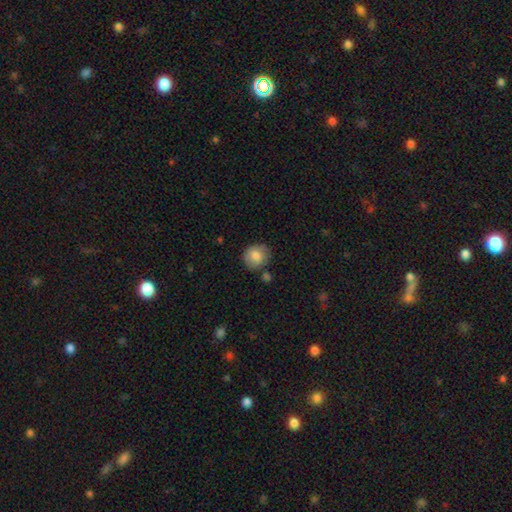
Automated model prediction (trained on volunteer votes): A smooth galaxy with no disk features (79%) that is round (82%). Merging: none (74%).